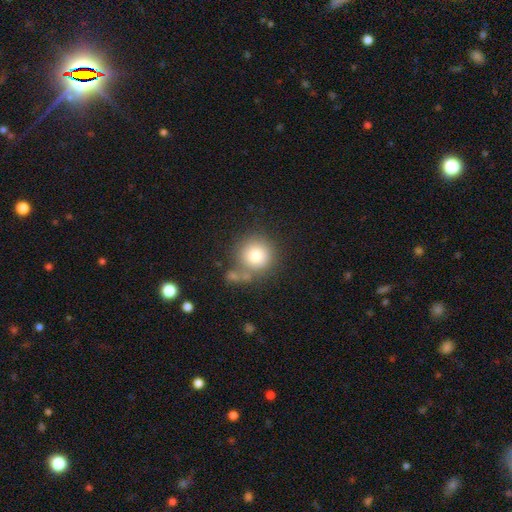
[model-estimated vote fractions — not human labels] Smooth or featured?
  - smooth: 79% *
  - featured or disk: 11%
  - star or artifact: 10%
How rounded?
  - round: 92% *
  - in between: 7%
  - cigar-shaped: 1%
Merging?
  - none: 65% *
  - merger: 15%
  - minor disturbance: 14%
  - major disturbance: 6%